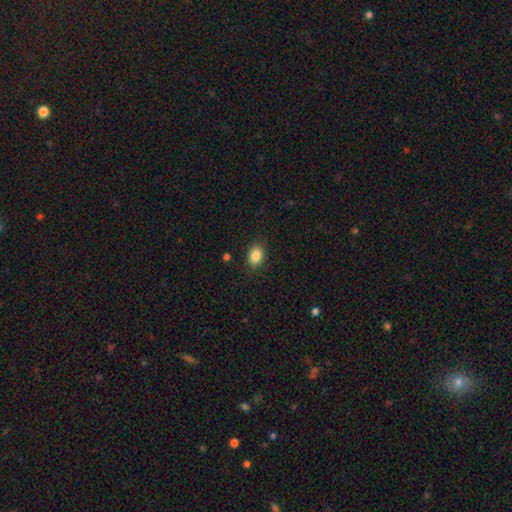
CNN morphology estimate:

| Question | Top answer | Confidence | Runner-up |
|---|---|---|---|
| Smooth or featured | smooth | 86% | star or artifact (9%) |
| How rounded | in between | 70% | round (29%) |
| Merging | none | 87% | minor disturbance (9%) |